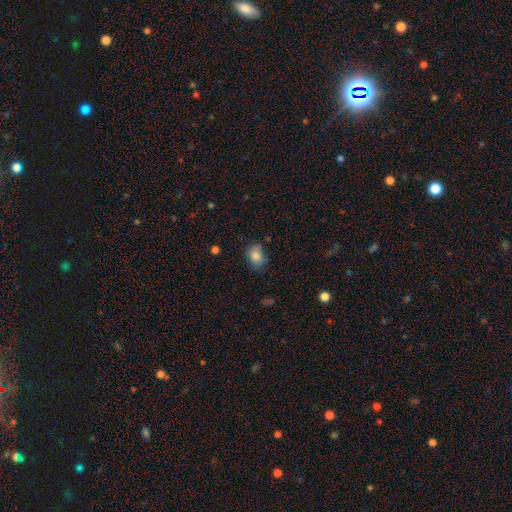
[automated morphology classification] Smooth or featured? Predicted: smooth (p=0.83). How rounded? Predicted: in between (p=0.72). Merging? Predicted: none (p=0.72).